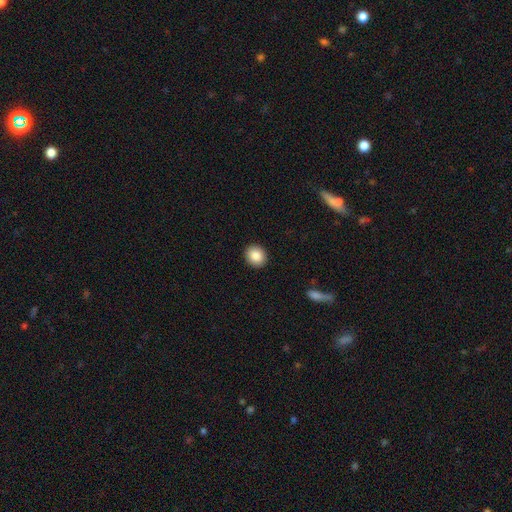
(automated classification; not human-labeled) Smooth or featured? smooth (86%)
How rounded? round (78%)
Merging? none (92%)